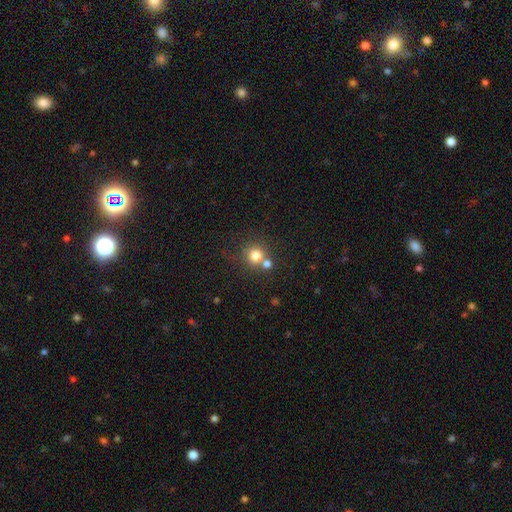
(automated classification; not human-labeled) smooth_or_featured: smooth (p=0.77) [alt: star or artifact p=0.14]
how_rounded: round (p=0.91) [alt: in between p=0.08]
merging: none (p=0.58) [alt: merger p=0.30]